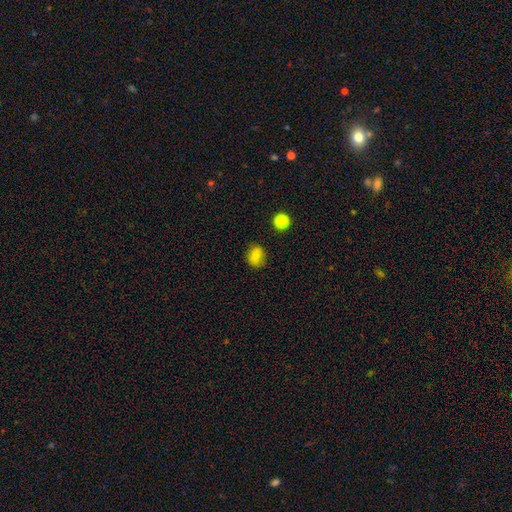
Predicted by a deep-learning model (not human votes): Morphology: type=smooth (80%); roundness=round (57%); merging=none (81%).